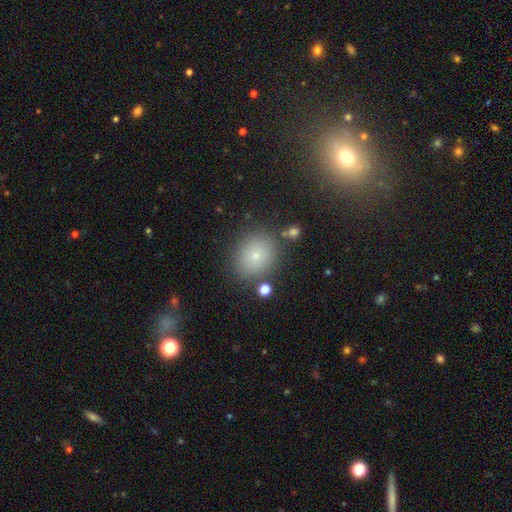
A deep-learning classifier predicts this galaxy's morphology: smooth-or-featured: smooth: 76% | star or artifact: 14% | featured or disk: 10%
  how-rounded: round: 77% | in between: 22% | cigar-shaped: 1%
  merging: none: 84% | minor disturbance: 9% | merger: 4% | major disturbance: 3%